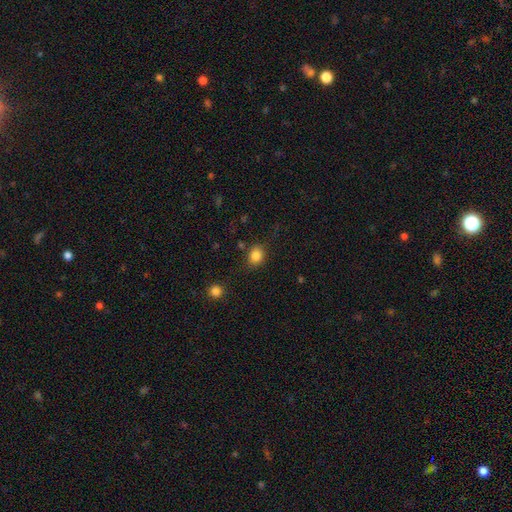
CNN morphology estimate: smooth_or_featured: smooth (p=0.84) [alt: star or artifact p=0.11]
how_rounded: round (p=0.59) [alt: in between p=0.40]
merging: none (p=0.78) [alt: minor disturbance p=0.15]